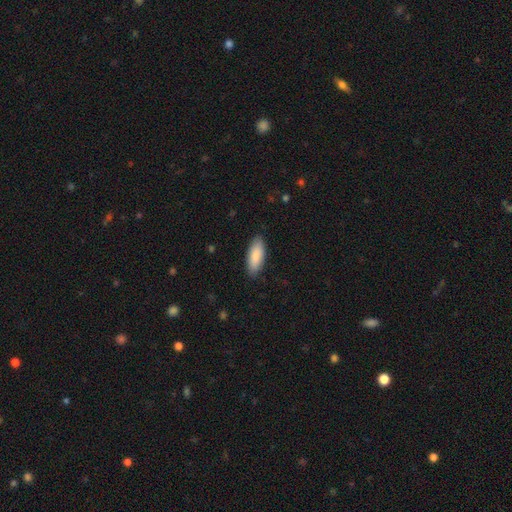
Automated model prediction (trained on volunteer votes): This appears to be a smooth galaxy with no disk features (88%) that is in between round and cigar-shaped (77%). Merging: none (87%).